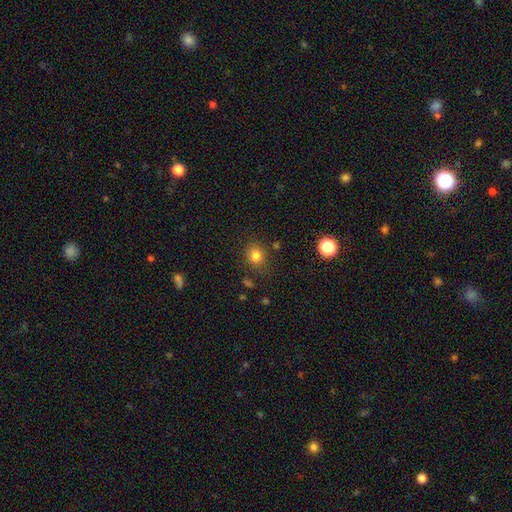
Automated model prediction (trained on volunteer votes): This is clearly a smooth galaxy (80%). How rounded: likely round (71%). Merging: likely none (78%).